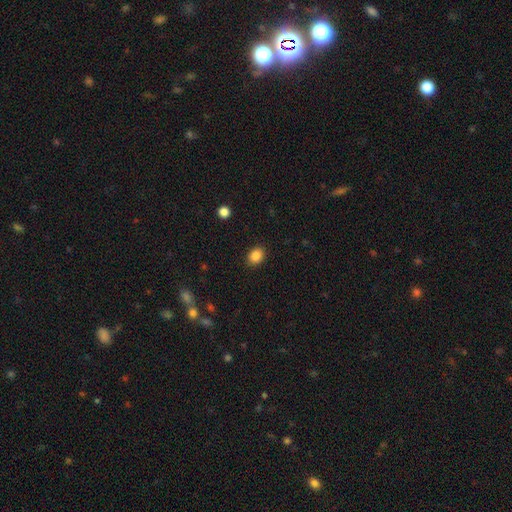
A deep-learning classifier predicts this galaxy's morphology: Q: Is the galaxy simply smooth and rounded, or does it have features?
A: smooth — 86%.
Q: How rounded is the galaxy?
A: in between — 55%.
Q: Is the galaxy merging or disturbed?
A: none — 89%.